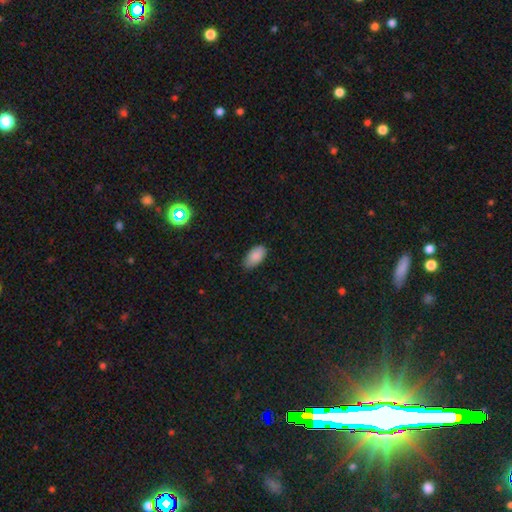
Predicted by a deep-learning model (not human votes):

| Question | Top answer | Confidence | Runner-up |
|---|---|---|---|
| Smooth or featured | smooth | 87% | star or artifact (7%) |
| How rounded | in between | 95% | round (3%) |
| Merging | none | 76% | minor disturbance (20%) |